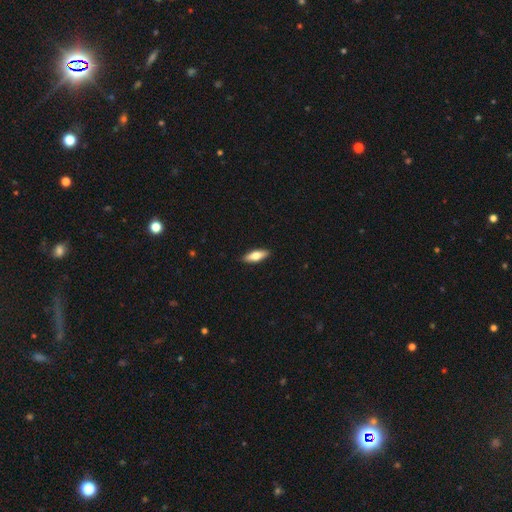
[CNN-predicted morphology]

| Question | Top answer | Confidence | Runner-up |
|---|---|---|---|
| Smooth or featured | smooth | 68% | featured or disk (27%) |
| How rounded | in between | 60% | cigar-shaped (37%) |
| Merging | none | 91% | minor disturbance (7%) |